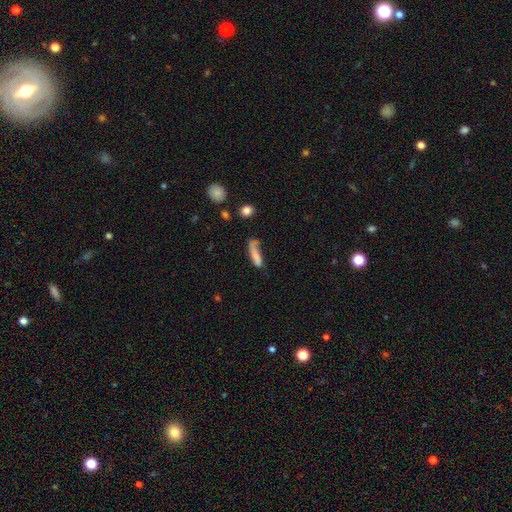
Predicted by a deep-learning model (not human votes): A smooth galaxy with no disk features (72%) that is cigar-shaped (72%). Merging: none (41%).